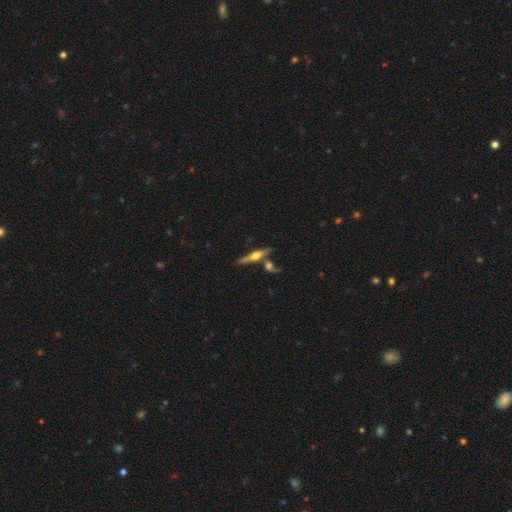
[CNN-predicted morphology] type=featured or disk (75%); edge-on=yes (96%); edge-on bulge=rounded (94%); merging=none (68%).